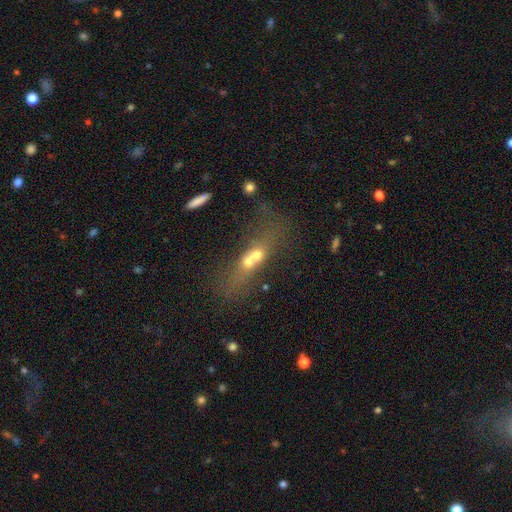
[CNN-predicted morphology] type=smooth (48%); merging=merger (68%).